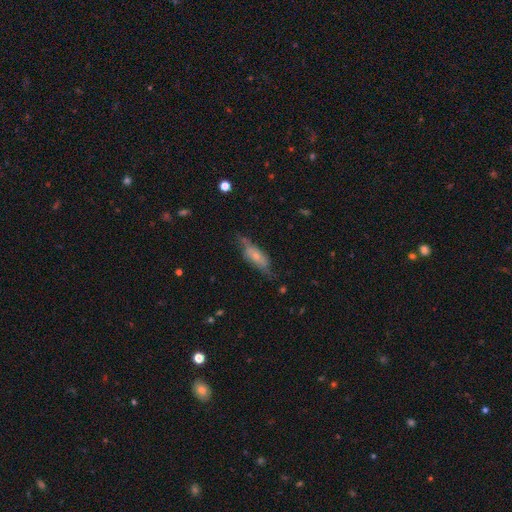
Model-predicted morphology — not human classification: smooth-or-featured: smooth: 47% | featured or disk: 46% | star or artifact: 7%
  merging: none: 55% | minor disturbance: 30% | major disturbance: 12% | merger: 2%